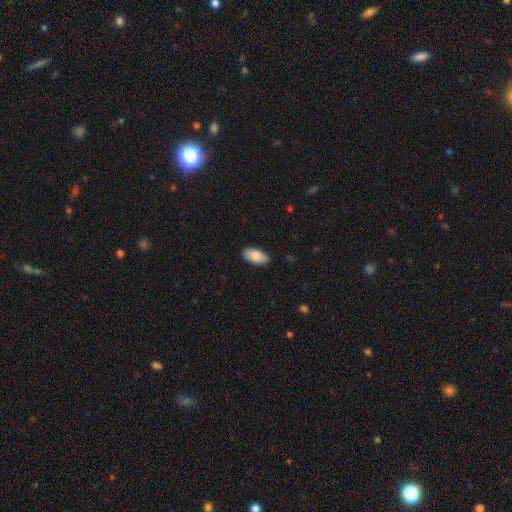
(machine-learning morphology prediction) Smooth or featured: smooth — 80% (featured or disk — 14%)
How rounded: in between — 94% (cigar-shaped — 3%)
Merging: none — 87% (minor disturbance — 10%)